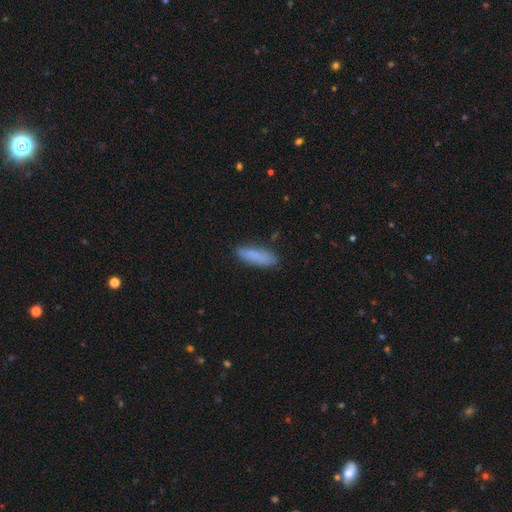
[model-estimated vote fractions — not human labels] Smooth or featured? Predicted: smooth (p=0.84). How rounded? Predicted: cigar-shaped (p=0.56). Merging? Predicted: none (p=0.81).